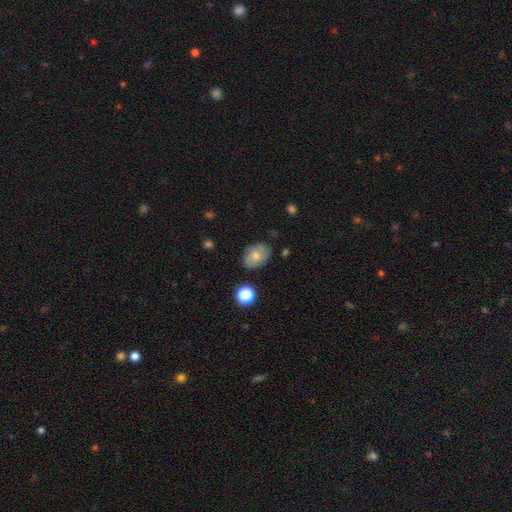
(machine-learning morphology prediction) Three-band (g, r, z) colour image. It shows a smooth galaxy with no disk features (68%) that is in between round and cigar-shaped (72%). Merging: none (77%).